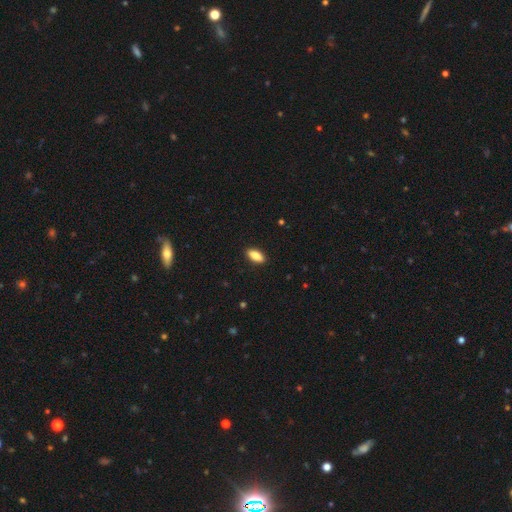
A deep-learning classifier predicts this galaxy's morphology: The model was most divided on "how rounded": in between: 85%, cigar-shaped: 12%, round: 3%. More confident: merging — none (90%); smooth or featured — smooth (86%).